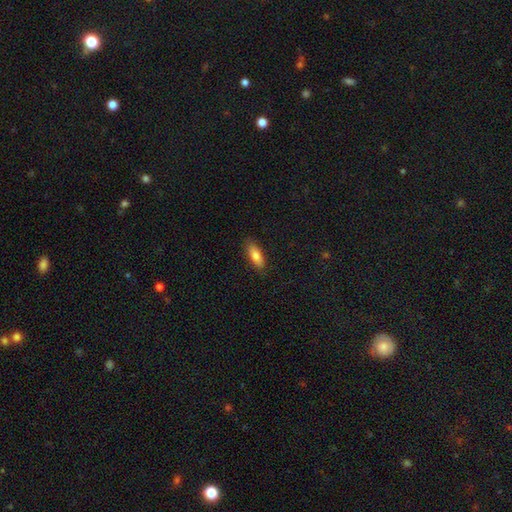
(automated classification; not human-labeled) Smooth or featured? Predicted: smooth (p=0.80). How rounded? Predicted: in between (p=0.70). Merging? Predicted: none (p=0.86).